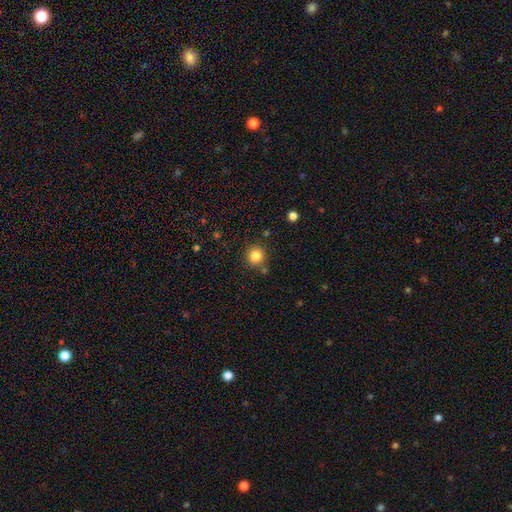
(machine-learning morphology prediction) Smooth or featured? Predicted: smooth (p=0.84). How rounded? Predicted: round (p=0.93). Merging? Predicted: none (p=0.84).